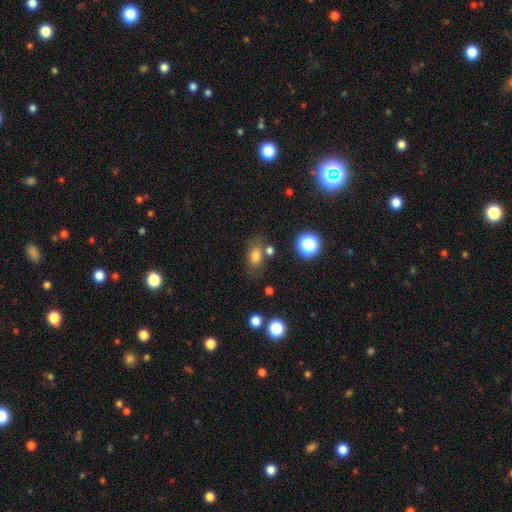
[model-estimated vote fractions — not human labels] This is likely a smooth galaxy (76%). How rounded: likely in between (80%). Merging: likely none (64%).